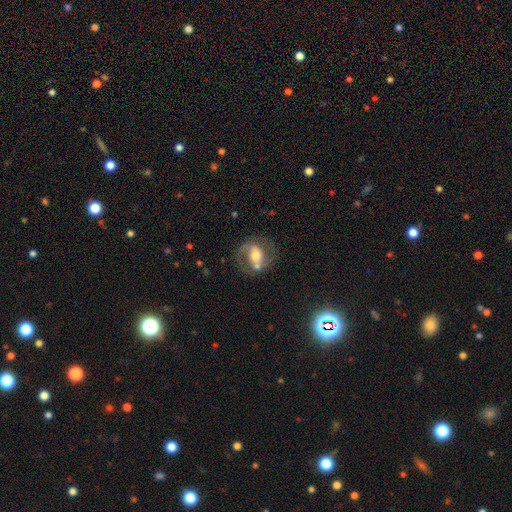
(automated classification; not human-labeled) This is likely a featured or disk galaxy (71%). It is clearly not viewed edge-on (96%). Bar: marginally weak (35%). Spiral arm pattern: likely yes (77%). Spiral arm count: clearly 2 (84%). Spiral winding: possibly medium (51%). Central bulge: likely moderate (65%). Merging: likely none (66%).